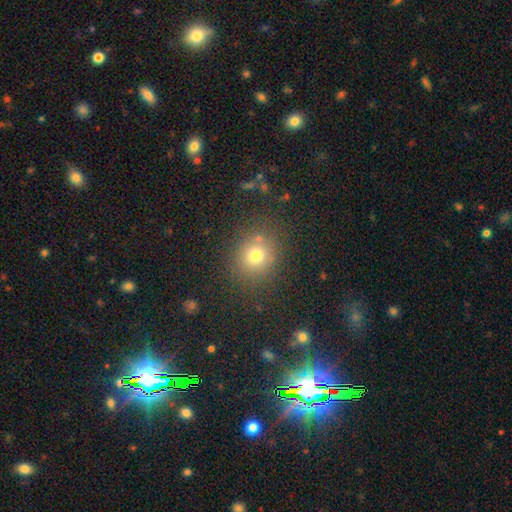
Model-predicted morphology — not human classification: The model was most divided on "smooth or featured": smooth: 72%, star or artifact: 18%, featured or disk: 10%. More confident: how rounded — round (81%); merging — none (78%).